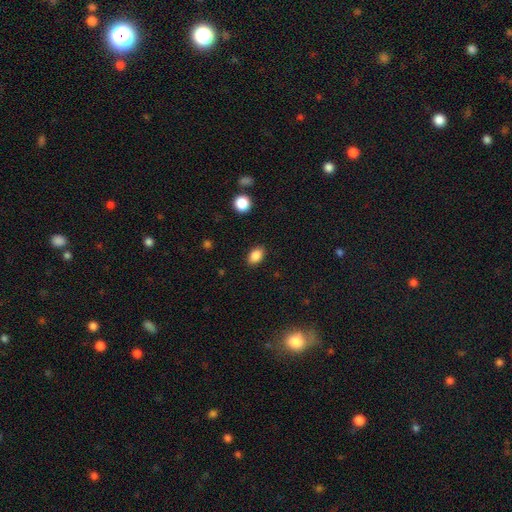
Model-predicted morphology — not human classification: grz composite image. It shows a smooth galaxy with no disk features (86%) that is in between round and cigar-shaped (84%). Merging: none (88%).